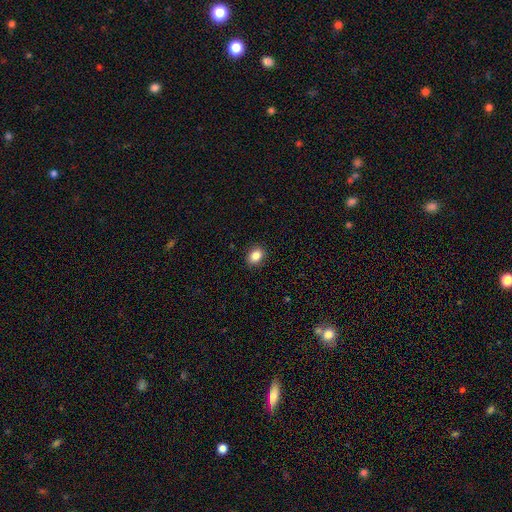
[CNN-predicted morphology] Overall: smooth (85%). How rounded: in between (58%; round 41%). Merging: none (90%).